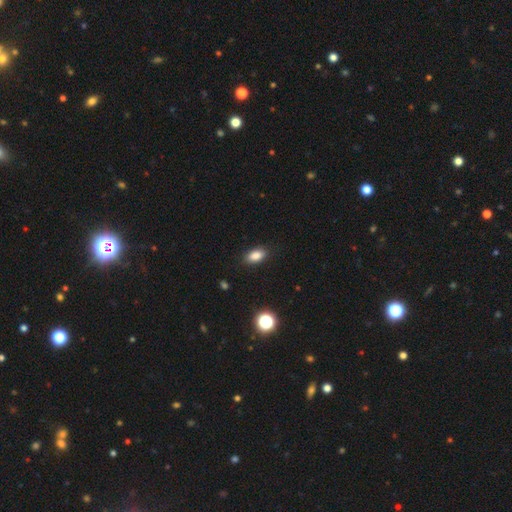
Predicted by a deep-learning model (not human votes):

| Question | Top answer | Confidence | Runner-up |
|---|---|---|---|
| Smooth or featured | smooth | 85% | star or artifact (9%) |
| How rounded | in between | 88% | round (7%) |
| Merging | none | 87% | minor disturbance (9%) |